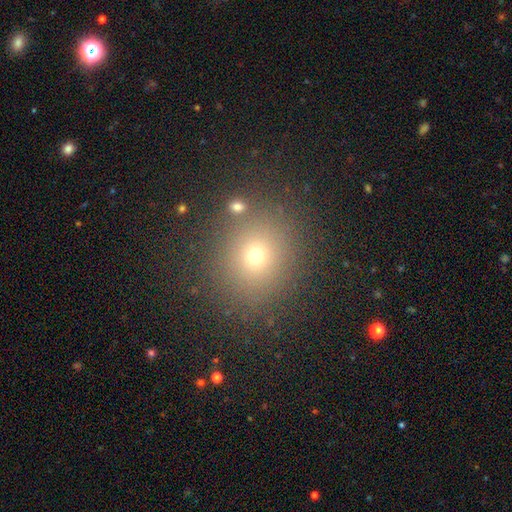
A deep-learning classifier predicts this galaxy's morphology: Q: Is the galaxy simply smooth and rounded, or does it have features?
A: smooth — 69%.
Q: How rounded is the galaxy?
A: round — 82%.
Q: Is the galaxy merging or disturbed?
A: none — 83%.